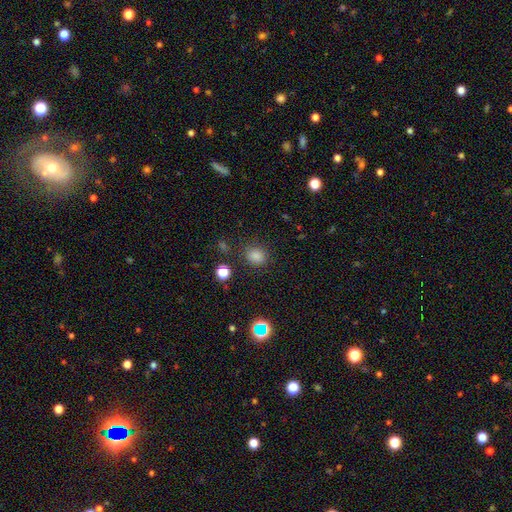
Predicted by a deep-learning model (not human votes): Smooth or featured? Predicted: smooth (p=0.77). How rounded? Predicted: round (p=0.71). Merging? Predicted: none (p=0.84).